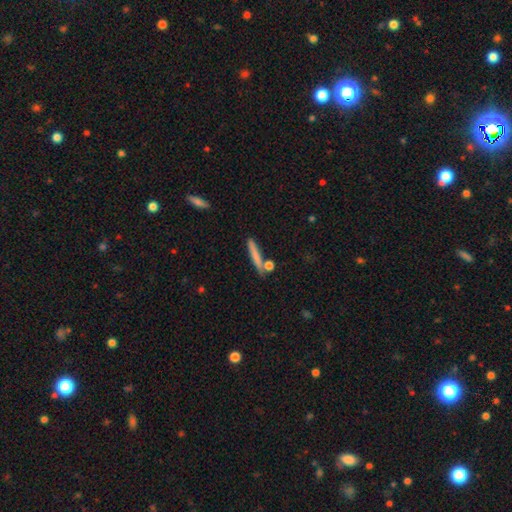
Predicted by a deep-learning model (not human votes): Smooth or featured? Predicted: smooth (p=0.70). How rounded? Predicted: cigar-shaped (p=0.92). Merging? Predicted: none (p=0.76).